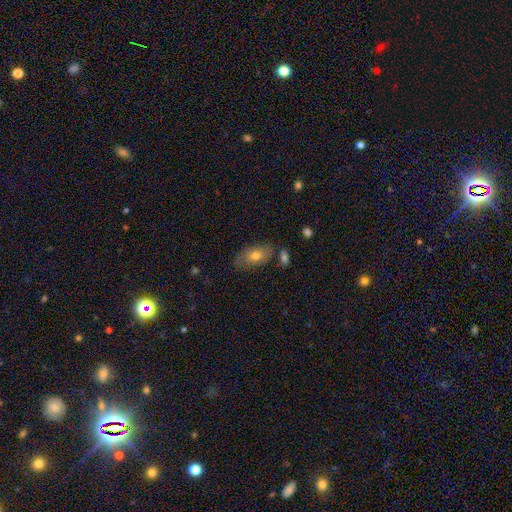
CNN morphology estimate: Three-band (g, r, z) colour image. It shows a smooth galaxy with no disk features (72%) that is in between round and cigar-shaped (89%). Merging: none (72%).